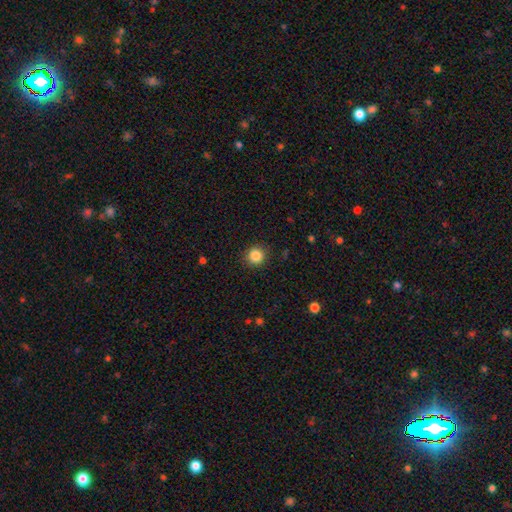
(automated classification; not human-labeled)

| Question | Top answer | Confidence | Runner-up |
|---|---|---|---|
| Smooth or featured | smooth | 85% | star or artifact (10%) |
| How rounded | round | 92% | in between (7%) |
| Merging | none | 90% | minor disturbance (7%) |